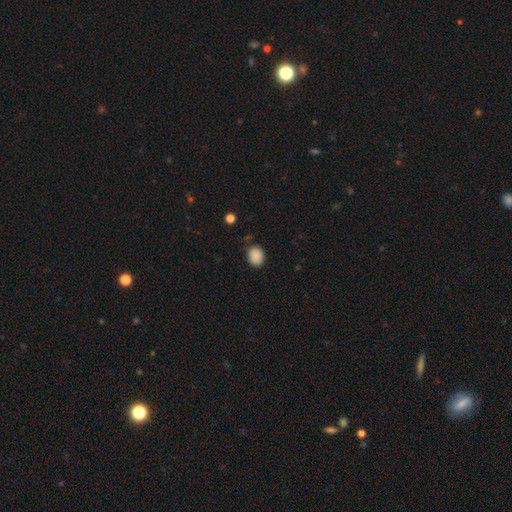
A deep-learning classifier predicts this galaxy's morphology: smooth-or-featured: smooth: 88% | star or artifact: 9% | featured or disk: 3%
  how-rounded: in between: 53% | round: 46% | cigar-shaped: 1%
  merging: none: 82% | minor disturbance: 13% | major disturbance: 3% | merger: 2%